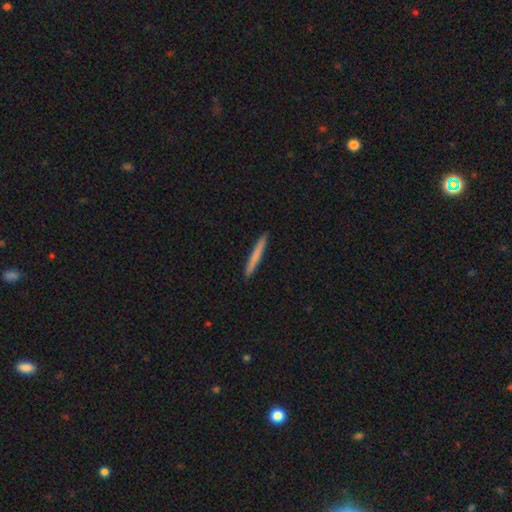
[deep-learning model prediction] smooth-or-featured: smooth: 73% | featured or disk: 22% | star or artifact: 6%
  how-rounded: cigar-shaped: 97% | in between: 2% | round: 1%
  merging: none: 93% | minor disturbance: 5% | major disturbance: 1% | merger: 1%